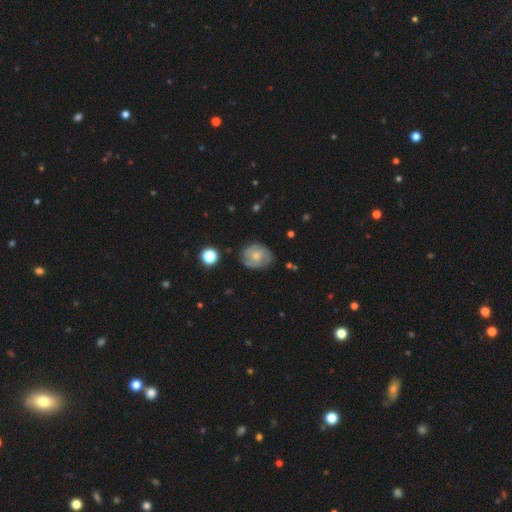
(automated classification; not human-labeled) Q: Smooth or featured?
A: featured or disk (51%); runner-up: smooth (41%)
Q: Edge-on disk?
A: no (97%); runner-up: yes (3%)
Q: Merging?
A: none (74%); runner-up: minor disturbance (19%)